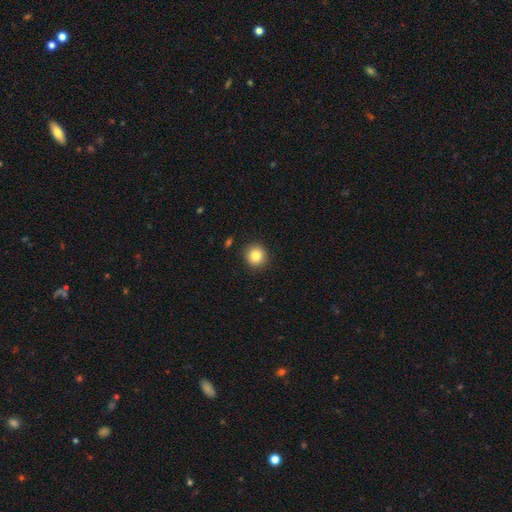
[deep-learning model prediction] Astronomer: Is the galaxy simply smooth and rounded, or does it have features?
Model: smooth — 84%.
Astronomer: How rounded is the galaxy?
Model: round — 91%.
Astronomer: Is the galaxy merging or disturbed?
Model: none — 91%.